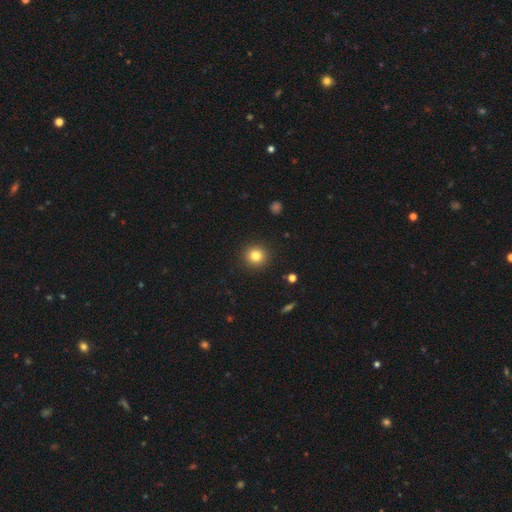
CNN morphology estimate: Smooth or featured? Predicted: smooth (p=0.82). How rounded? Predicted: round (p=0.93). Merging? Predicted: none (p=0.92).